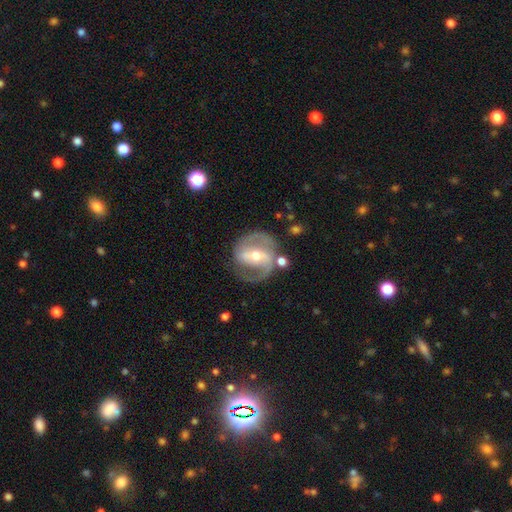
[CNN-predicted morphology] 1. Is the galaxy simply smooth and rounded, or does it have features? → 86% featured or disk, 9% smooth, 5% star or artifact.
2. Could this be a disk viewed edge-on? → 97% no, 3% yes.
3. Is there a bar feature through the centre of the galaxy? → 49% strong, 34% weak, 16% no.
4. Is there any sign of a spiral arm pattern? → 92% yes, 8% no.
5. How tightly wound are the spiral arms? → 53% medium, 28% tight, 19% loose.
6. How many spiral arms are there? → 86% 2, 5% can't tell, 5% 1, 2% 3, 1% 4, 1% more than 4.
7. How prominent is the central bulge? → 61% moderate, 34% small, 3% large, 1% none, 1% dominant.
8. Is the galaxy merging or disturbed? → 72% none, 15% minor disturbance, 8% major disturbance, 4% merger.